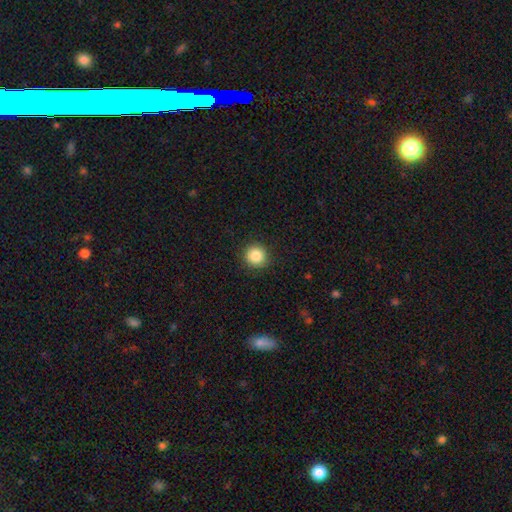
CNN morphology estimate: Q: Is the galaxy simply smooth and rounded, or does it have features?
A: smooth — 86%.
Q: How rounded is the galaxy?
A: round — 94%.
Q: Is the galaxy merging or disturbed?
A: none — 90%.